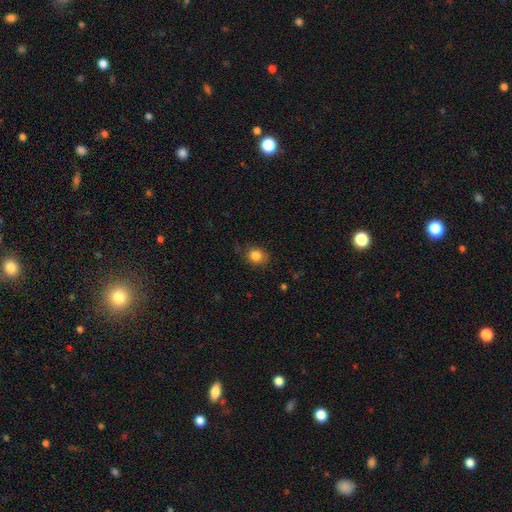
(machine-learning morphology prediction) type=smooth (84%); roundness=round (66%); merging=none (78%).